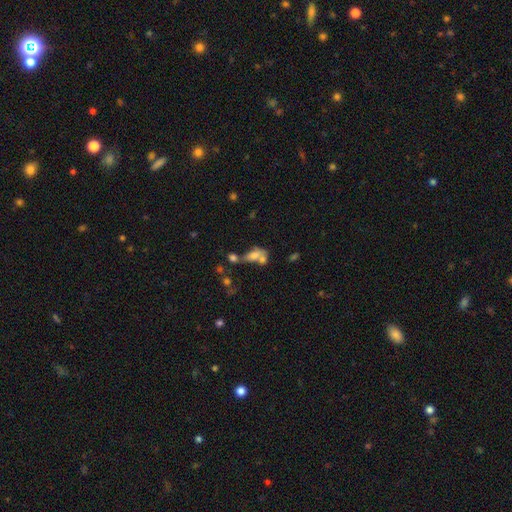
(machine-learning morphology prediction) Overall: smooth (61%; featured or disk 25%). How rounded: in between (79%). Merging: merger (52%; none 23%).